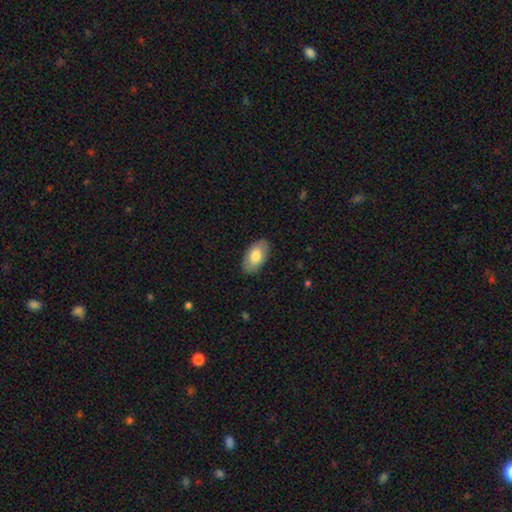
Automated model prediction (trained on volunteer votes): smooth-or-featured: smooth: 79% | featured or disk: 16% | star or artifact: 6%
  how-rounded: in between: 95% | round: 4% | cigar-shaped: 2%
  merging: none: 87% | minor disturbance: 10% | major disturbance: 2% | merger: 1%